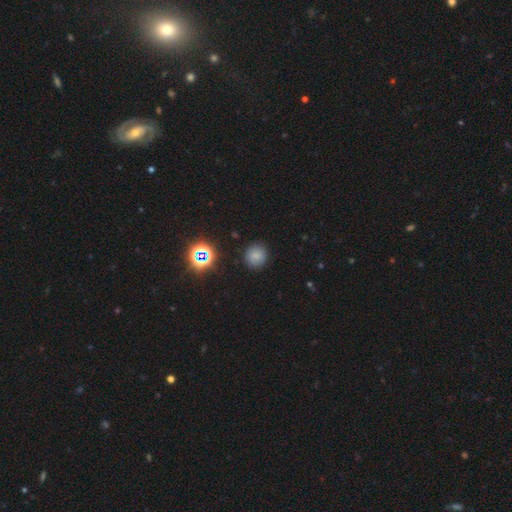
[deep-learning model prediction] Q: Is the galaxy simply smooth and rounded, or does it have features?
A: smooth — 73%.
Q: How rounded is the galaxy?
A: round — 88%.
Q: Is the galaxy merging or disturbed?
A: none — 88%.